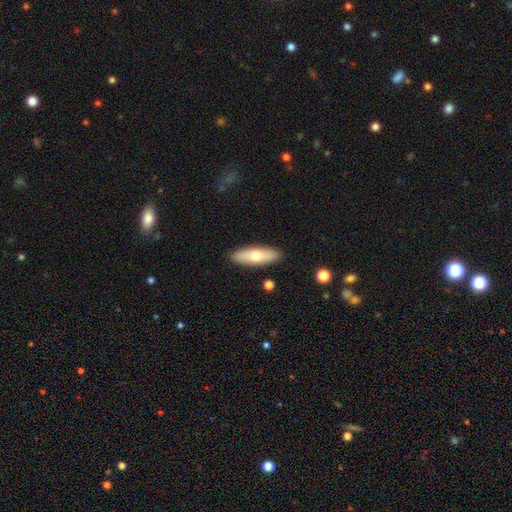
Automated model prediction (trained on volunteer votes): The model was most divided on "how rounded": in between: 53%, cigar-shaped: 44%, round: 2%. More confident: merging — none (89%); smooth or featured — smooth (65%).